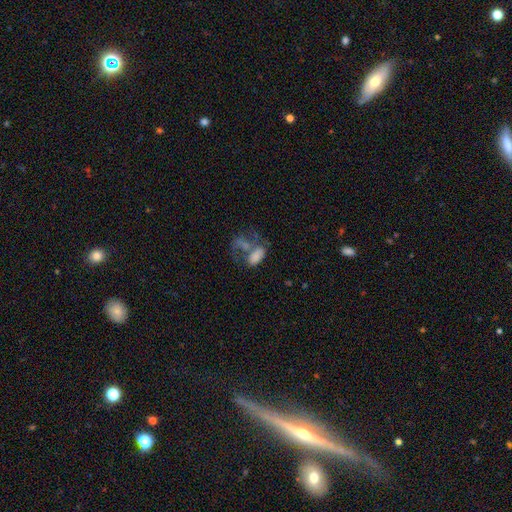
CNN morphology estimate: This appears to be a smooth galaxy with no disk features (70%) that is in between round and cigar-shaped (92%). Merging: merger (48%).